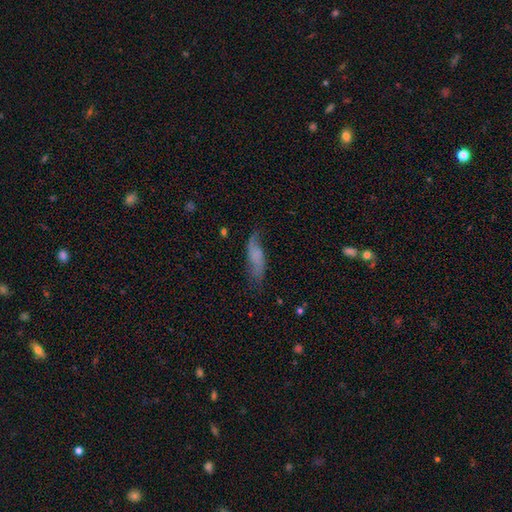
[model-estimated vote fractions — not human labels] Smooth or featured?
  - smooth: 47% *
  - featured or disk: 44%
  - star or artifact: 9%
Merging?
  - none: 56% *
  - minor disturbance: 28%
  - major disturbance: 13%
  - merger: 2%